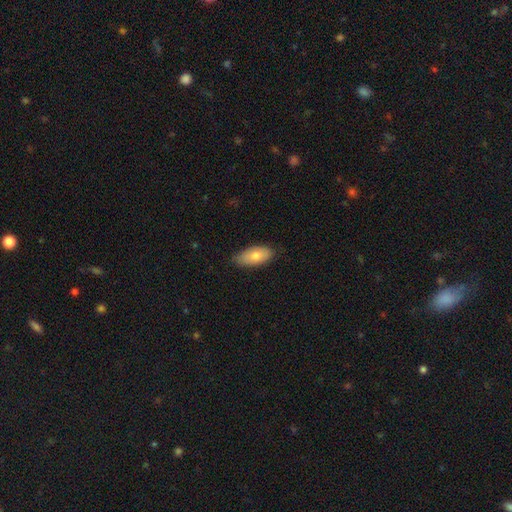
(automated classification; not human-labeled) Overall: smooth (74%). How rounded: in between (90%). Merging: none (78%).